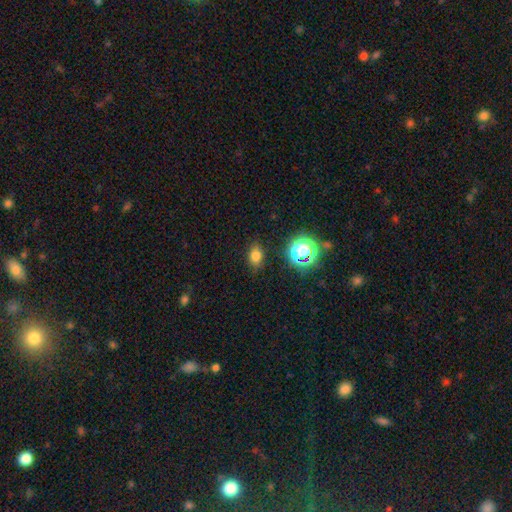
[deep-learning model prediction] Overall: smooth (73%). How rounded: in between (67%; round 31%). Merging: none (83%).